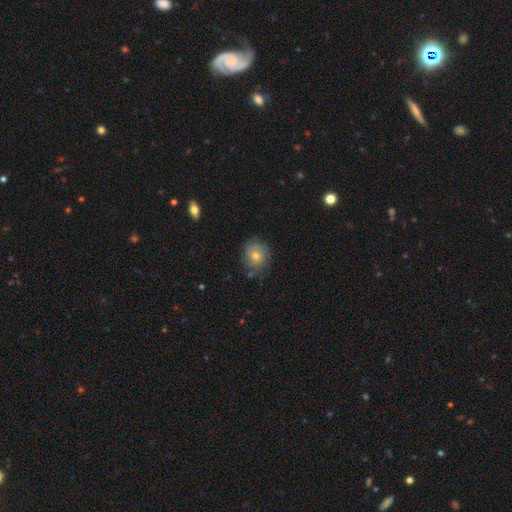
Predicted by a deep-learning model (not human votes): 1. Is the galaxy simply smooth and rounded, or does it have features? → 49% smooth, 39% featured or disk, 11% star or artifact.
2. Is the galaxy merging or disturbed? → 73% none, 19% minor disturbance, 5% major disturbance, 2% merger.